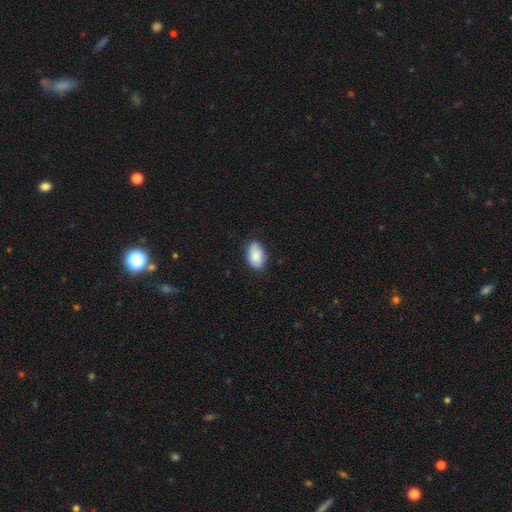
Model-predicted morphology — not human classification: smooth-or-featured: smooth: 81% | featured or disk: 12% | star or artifact: 7%
  how-rounded: in between: 93% | round: 6% | cigar-shaped: 2%
  merging: none: 78% | minor disturbance: 18% | major disturbance: 3% | merger: 1%